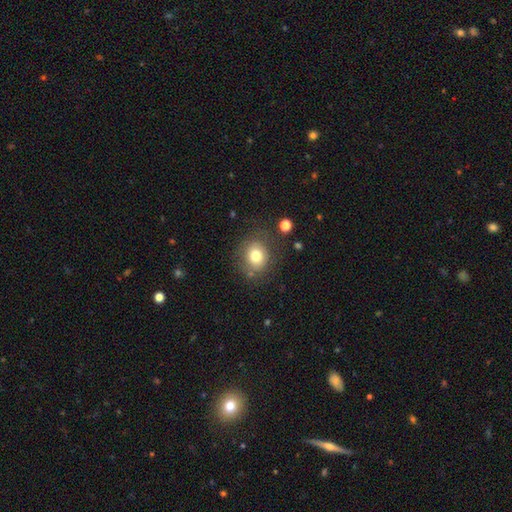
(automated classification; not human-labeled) This is likely a smooth galaxy (76%). How rounded: likely round (76%). Merging: likely none (76%).